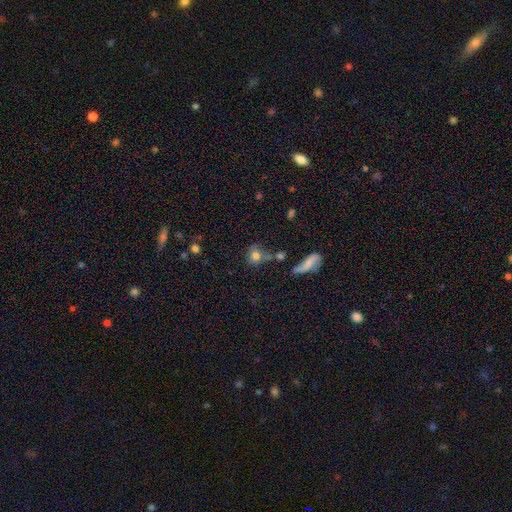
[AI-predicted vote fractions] Smooth or featured?
  - smooth: 71% *
  - featured or disk: 17%
  - star or artifact: 12%
How rounded?
  - round: 62% *
  - in between: 34%
  - cigar-shaped: 3%
Merging?
  - none: 45% *
  - merger: 21%
  - minor disturbance: 20%
  - major disturbance: 14%